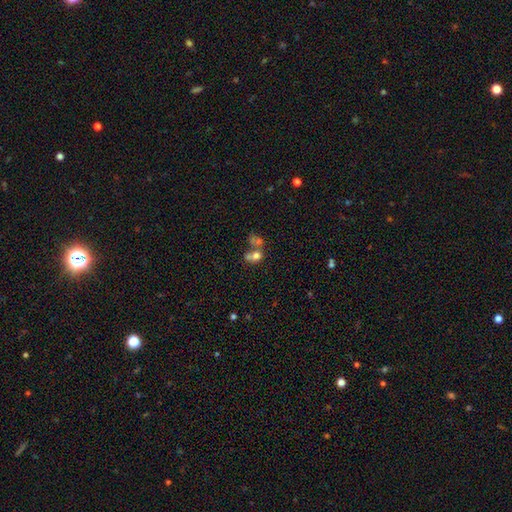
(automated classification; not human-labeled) Smooth or featured? Predicted: smooth (p=0.65). How rounded? Predicted: round (p=0.58). Merging? Predicted: merger (p=0.56).